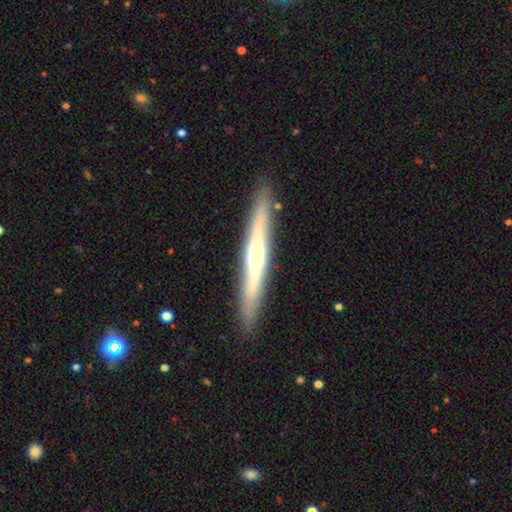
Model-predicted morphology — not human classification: Smooth or featured? Predicted: featured or disk (p=0.60). Edge-on disk? Predicted: yes (p=0.94). Edge-on bulge? Predicted: rounded (p=0.64). Merging? Predicted: none (p=0.90).